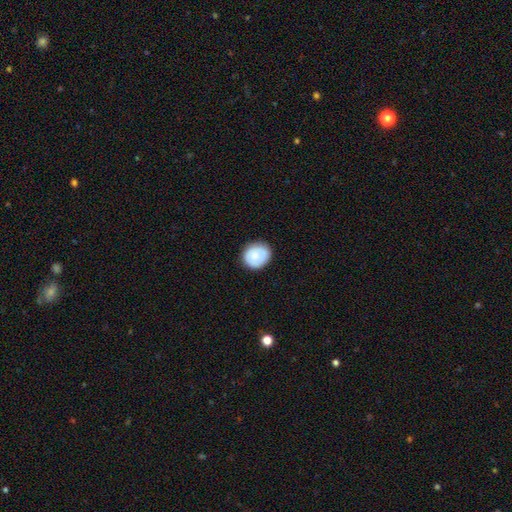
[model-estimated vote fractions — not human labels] smooth_or_featured: smooth (p=0.81) [alt: featured or disk p=0.12]
how_rounded: round (p=0.76) [alt: in between p=0.24]
merging: none (p=0.84) [alt: minor disturbance p=0.13]